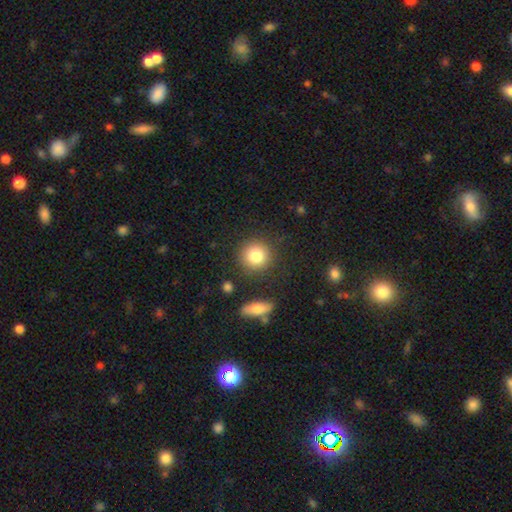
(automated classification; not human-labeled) The model was most divided on "smooth or featured": smooth: 82%, star or artifact: 9%, featured or disk: 9%. More confident: how rounded — round (91%); merging — none (86%).